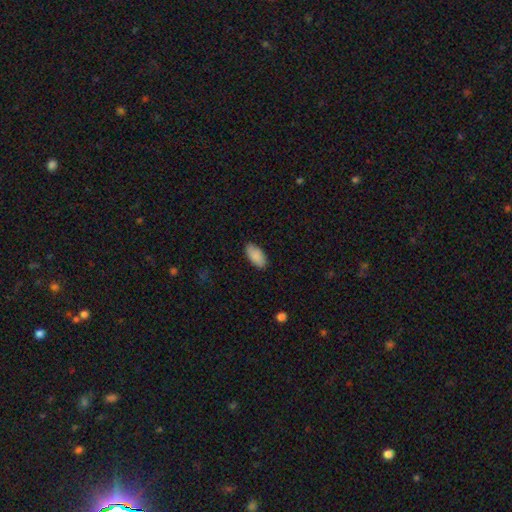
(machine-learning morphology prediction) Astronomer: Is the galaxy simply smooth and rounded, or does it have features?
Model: smooth — 88%.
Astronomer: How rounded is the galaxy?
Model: in between — 94%.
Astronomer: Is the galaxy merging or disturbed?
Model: none — 84%.